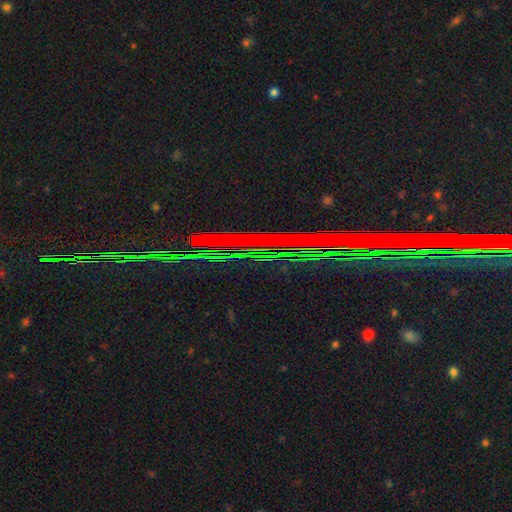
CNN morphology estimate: star or artifact 81%, featured or disk 13%, smooth 7%.